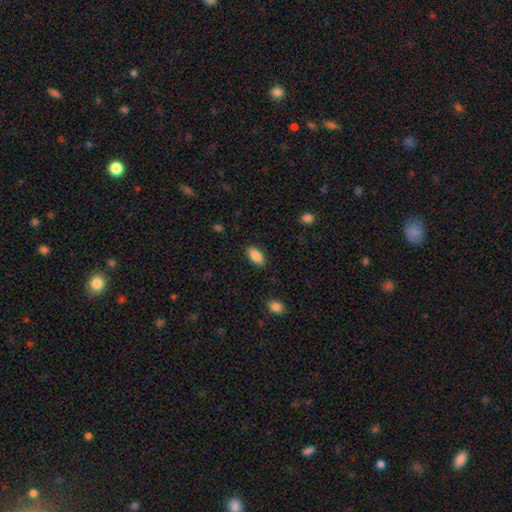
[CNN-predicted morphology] Smooth or featured?
  - smooth: 87% *
  - star or artifact: 7%
  - featured or disk: 6%
How rounded?
  - in between: 90% *
  - cigar-shaped: 7%
  - round: 2%
Merging?
  - none: 88% *
  - minor disturbance: 9%
  - major disturbance: 2%
  - merger: 1%